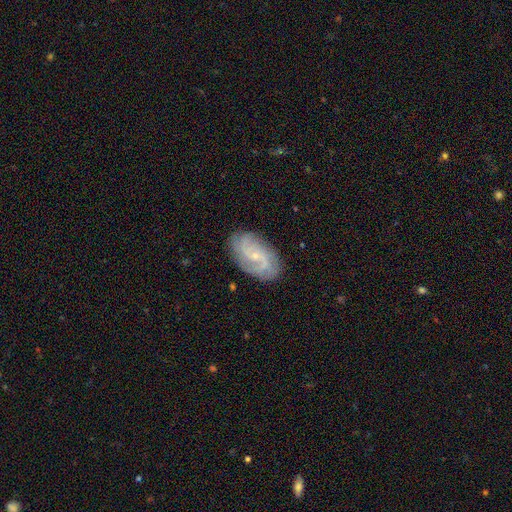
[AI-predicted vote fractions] Smooth or featured?
  - featured or disk: 78% *
  - smooth: 15%
  - star or artifact: 7%
Edge-on disk?
  - no: 96% *
  - yes: 4%
Bar?
  - no: 53% *
  - weak: 40%
  - strong: 8%
Spiral arms?
  - yes: 95% *
  - no: 5%
Spiral winding?
  - medium: 43% *
  - tight: 35%
  - loose: 22%
Spiral arm count?
  - 2: 39% *
  - can't tell: 24%
  - 3: 18%
  - 4: 9%
  - 1: 5%
  - more than 4: 5%
Bulge size?
  - small: 78% *
  - moderate: 16%
  - none: 4%
  - large: 1%
  - dominant: 1%
Merging?
  - none: 81% *
  - minor disturbance: 14%
  - major disturbance: 4%
  - merger: 1%